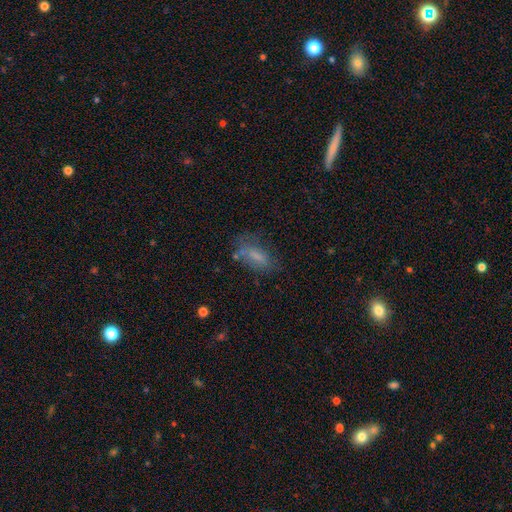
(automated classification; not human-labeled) Q: Smooth or featured?
A: smooth (68%); runner-up: featured or disk (21%)
Q: How rounded?
A: in between (72%); runner-up: cigar-shaped (24%)
Q: Merging?
A: none (57%); runner-up: minor disturbance (24%)